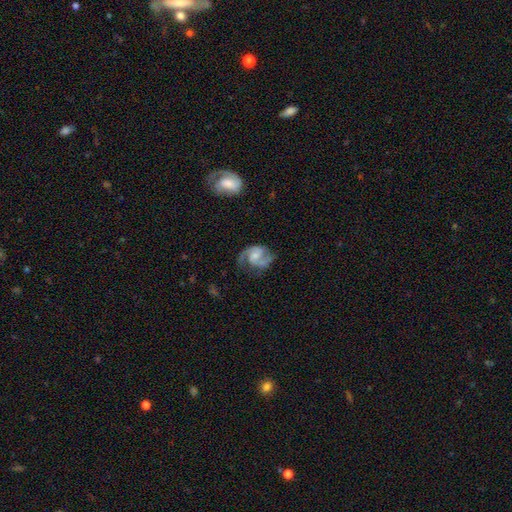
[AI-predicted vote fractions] Smooth or featured? Predicted: featured or disk (p=0.88). Edge-on disk? Predicted: no (p=0.98). Bar? Predicted: no (p=0.50). Spiral arms? Predicted: yes (p=0.97). Spiral winding? Predicted: medium (p=0.58). Spiral arm count? Predicted: 2 (p=0.91). Bulge size? Predicted: small (p=0.40). Merging? Predicted: none (p=0.69).